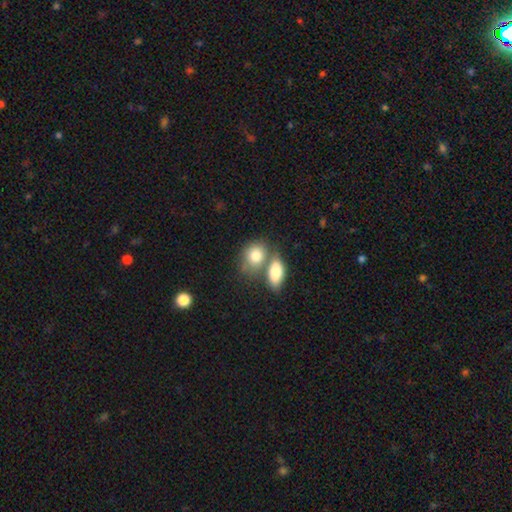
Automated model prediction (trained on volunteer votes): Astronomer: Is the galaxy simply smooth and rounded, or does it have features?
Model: smooth — 81%.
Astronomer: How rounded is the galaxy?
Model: in between — 62%.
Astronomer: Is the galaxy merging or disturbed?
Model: merger — 50% (runner-up: none, 35%).